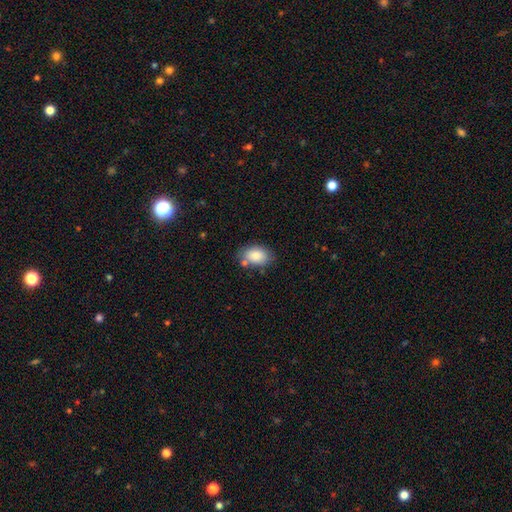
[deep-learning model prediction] This appears to be a smooth galaxy with no disk features (84%) that is in between round and cigar-shaped (87%). Merging: none (70%).